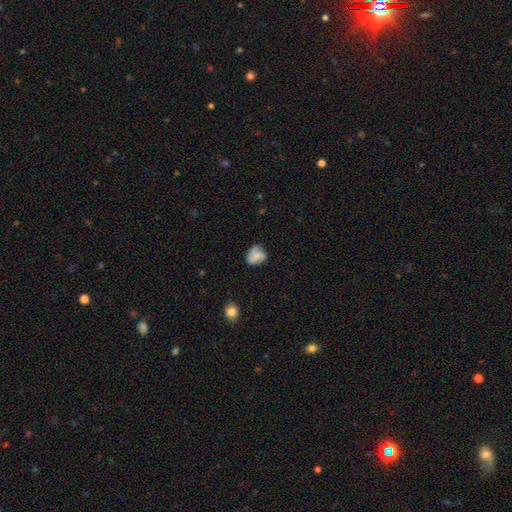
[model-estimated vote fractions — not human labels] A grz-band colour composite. It shows a smooth galaxy with no disk features (56%) that is round (51%). Merging: none (54%).